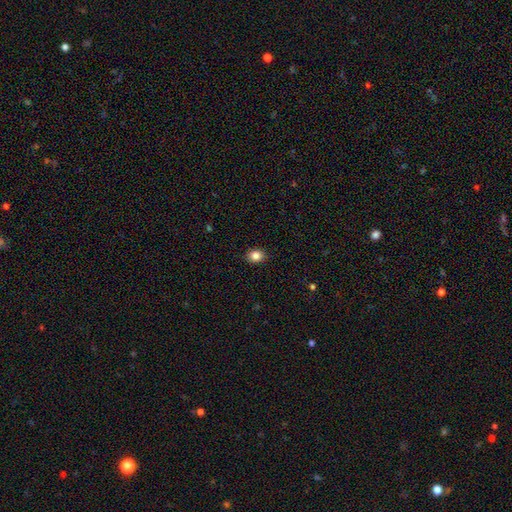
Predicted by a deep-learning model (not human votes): This appears to be a smooth galaxy with no disk features (85%) that is round (51%). Merging: none (90%).